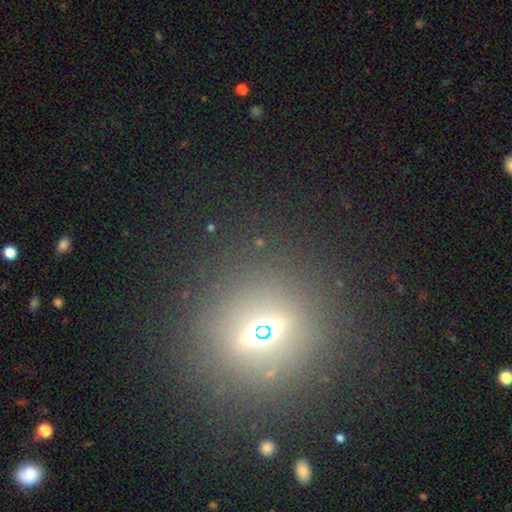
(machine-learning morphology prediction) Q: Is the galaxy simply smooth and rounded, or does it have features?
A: featured or disk — 42%.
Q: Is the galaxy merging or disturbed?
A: none — 78%.